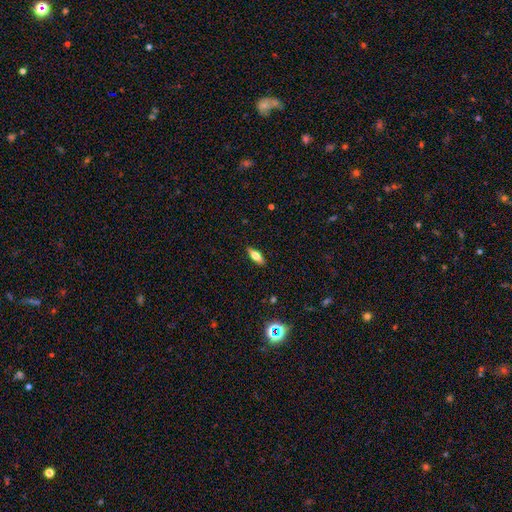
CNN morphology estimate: Smooth or featured?
  - smooth: 59% *
  - featured or disk: 32%
  - star or artifact: 9%
How rounded?
  - in between: 60% *
  - cigar-shaped: 37%
  - round: 3%
Merging?
  - none: 89% *
  - minor disturbance: 8%
  - major disturbance: 2%
  - merger: 1%